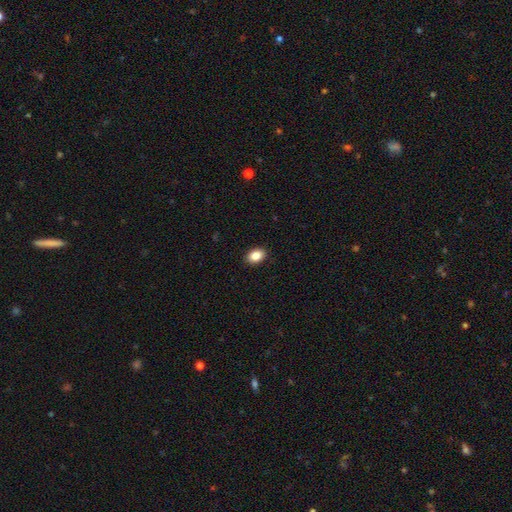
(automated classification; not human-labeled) This is clearly a smooth galaxy (87%). How rounded: clearly in between (82%). Merging: clearly none (90%).